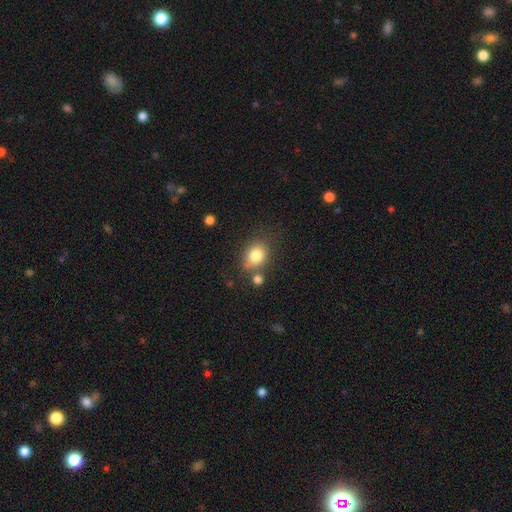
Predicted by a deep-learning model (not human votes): Smooth or featured? Predicted: smooth (p=0.80). How rounded? Predicted: round (p=0.58). Merging? Predicted: none (p=0.66).